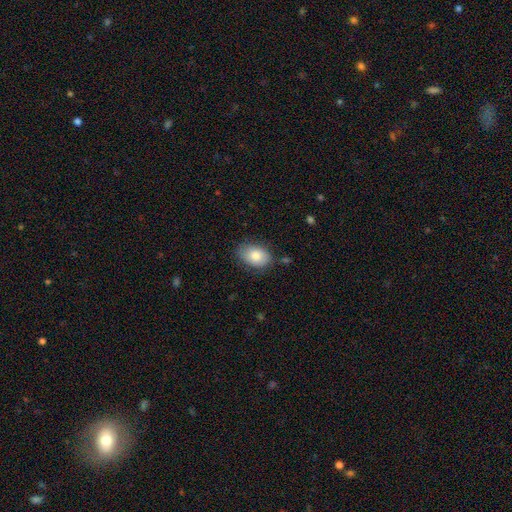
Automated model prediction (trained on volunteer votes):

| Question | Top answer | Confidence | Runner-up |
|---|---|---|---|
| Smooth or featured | smooth | 82% | featured or disk (11%) |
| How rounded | in between | 84% | round (15%) |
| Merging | none | 77% | minor disturbance (18%) |